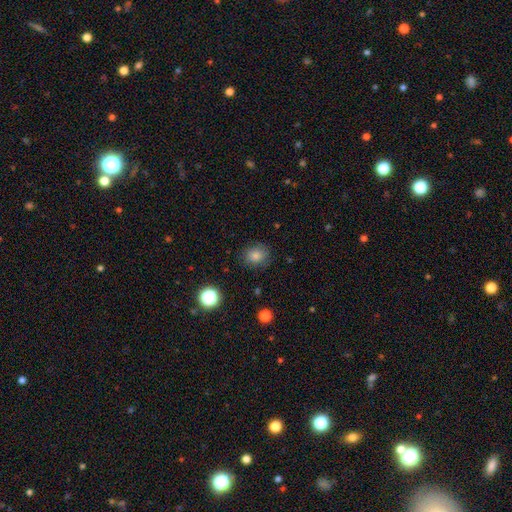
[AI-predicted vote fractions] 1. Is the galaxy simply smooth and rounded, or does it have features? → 82% smooth, 12% star or artifact, 6% featured or disk.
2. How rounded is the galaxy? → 64% round, 35% in between, 1% cigar-shaped.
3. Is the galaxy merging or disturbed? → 84% none, 12% minor disturbance, 3% major disturbance, 1% merger.